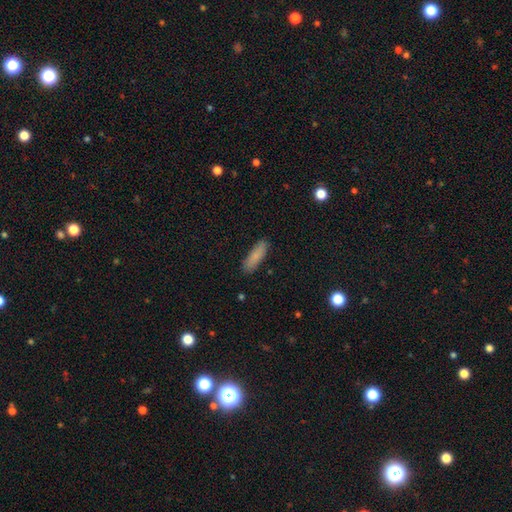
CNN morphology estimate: Smooth or featured? smooth (83%)
How rounded? cigar-shaped (62%)
Merging? none (87%)